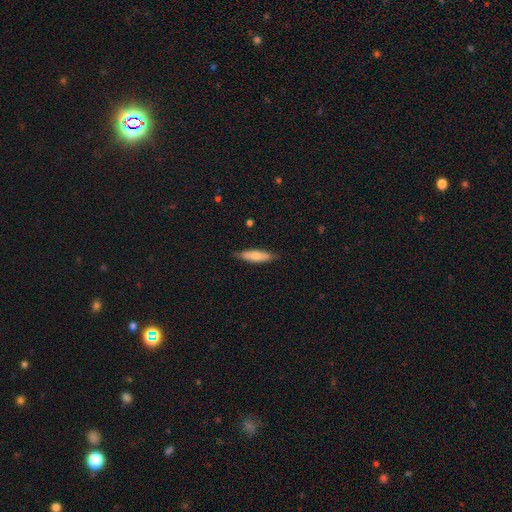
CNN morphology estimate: A smooth galaxy with no disk features (67%) that is cigar-shaped (63%). Merging: none (80%).